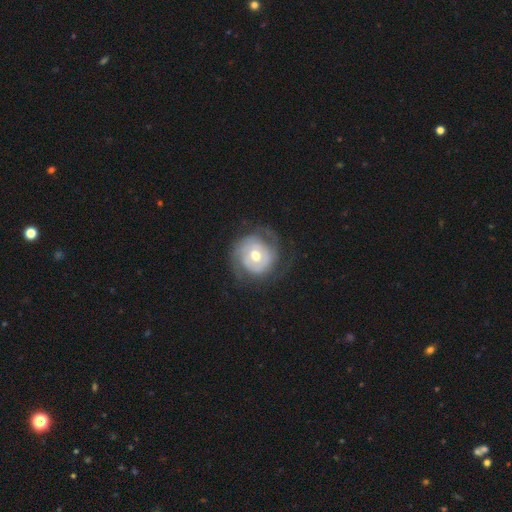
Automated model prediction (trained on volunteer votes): This appears to be a featured or disk galaxy (69%) with no bar (74%), 2 (41%) tight (57%) spiral arms (76%) and a moderate central bulge (75%). Merging: none (63%).